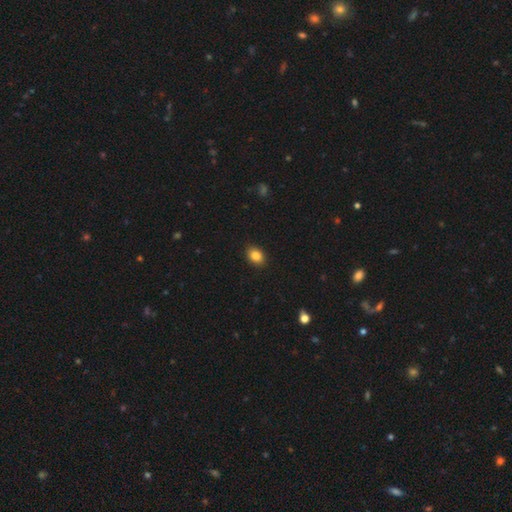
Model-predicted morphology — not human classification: Overall: smooth (85%). How rounded: in between (67%; round 32%). Merging: none (90%).